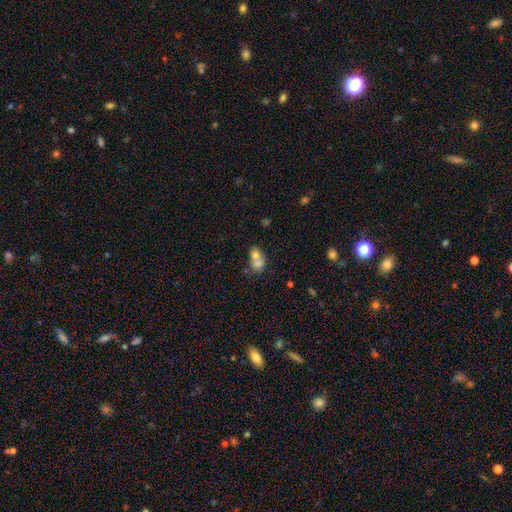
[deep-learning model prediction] smooth 70%, featured or disk 20%, star or artifact 11%. Down the decision tree: how rounded — in between (51%); merging — merger (69%).